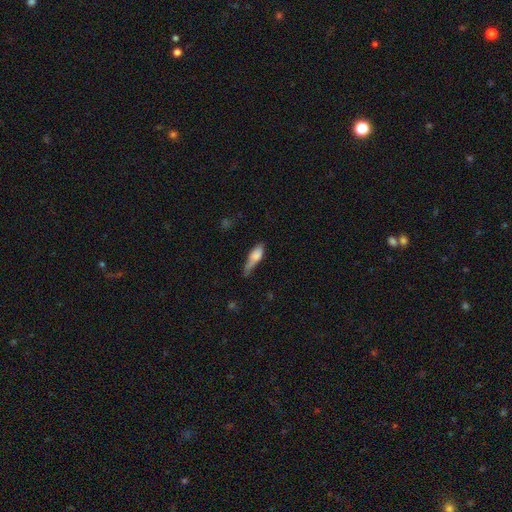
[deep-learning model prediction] A smooth galaxy with no disk features (72%) that is in between round and cigar-shaped (54%). Merging: minor disturbance (39%).